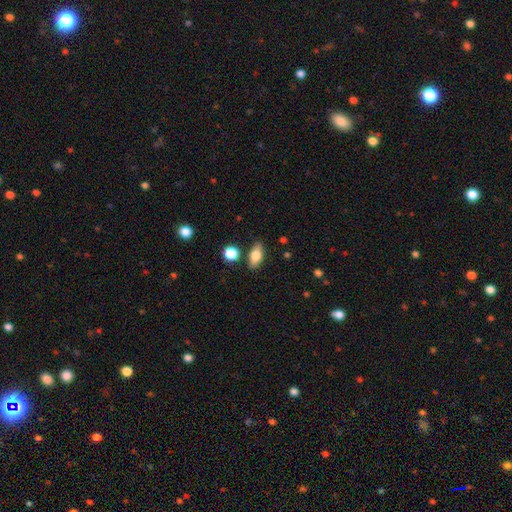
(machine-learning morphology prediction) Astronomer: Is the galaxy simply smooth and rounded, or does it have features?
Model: smooth — 73%.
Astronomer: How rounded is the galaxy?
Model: in between — 80%.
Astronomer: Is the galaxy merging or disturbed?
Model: none — 81%.